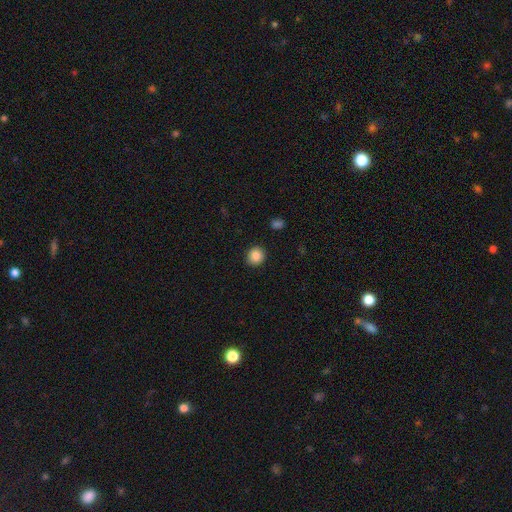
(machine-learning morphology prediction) A smooth galaxy with no disk features (88%) that is round (88%).

Vote fractions:
- Smooth or featured? smooth: 88% / star or artifact: 9% / featured or disk: 3%
- How rounded? round: 88% / in between: 11% / cigar-shaped: 1%
- Merging? none: 91% / minor disturbance: 6% / major disturbance: 2% / merger: 1%